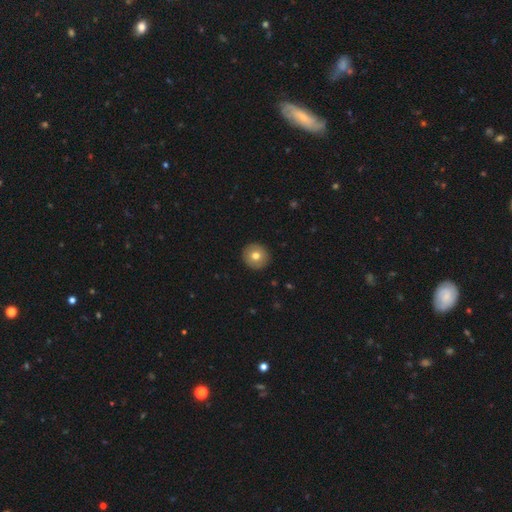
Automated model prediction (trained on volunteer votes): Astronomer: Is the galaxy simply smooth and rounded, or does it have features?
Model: smooth — 74%.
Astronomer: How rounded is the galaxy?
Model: round — 94%.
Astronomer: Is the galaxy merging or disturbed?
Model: none — 93%.